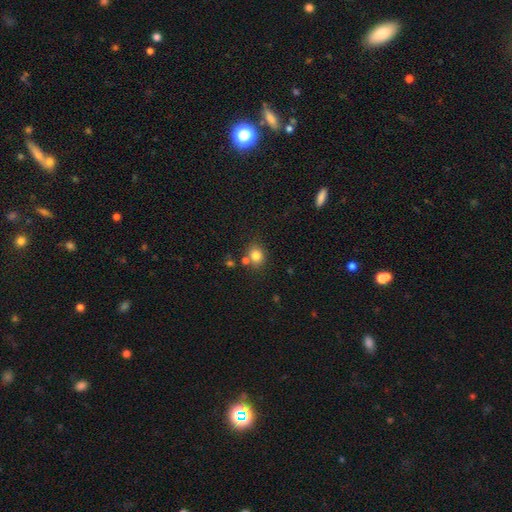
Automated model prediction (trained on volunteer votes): smooth_or_featured: smooth (p=0.81) [alt: star or artifact p=0.12]
how_rounded: round (p=0.68) [alt: in between p=0.31]
merging: none (p=0.69) [alt: merger p=0.16]